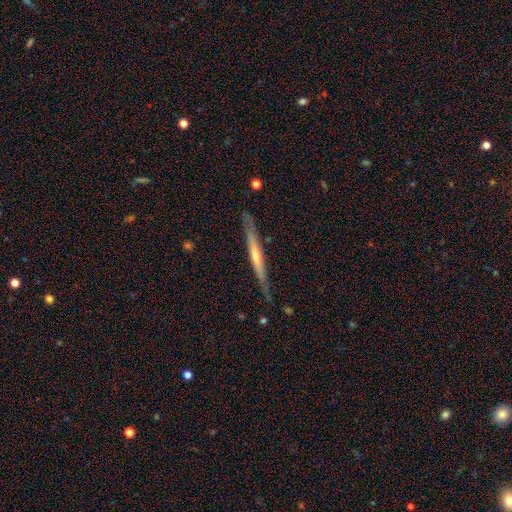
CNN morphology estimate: A featured or disk galaxy (63%) viewed edge-on (95%) with no central bulge (53%).

Vote fractions:
- Smooth or featured? featured or disk: 63% / smooth: 32% / star or artifact: 6%
- Edge-on disk? yes: 95% / no: 5%
- Edge-on bulge? none: 53% / rounded: 39% / boxy: 8%
- Merging? none: 80% / minor disturbance: 15% / major disturbance: 3% / merger: 2%